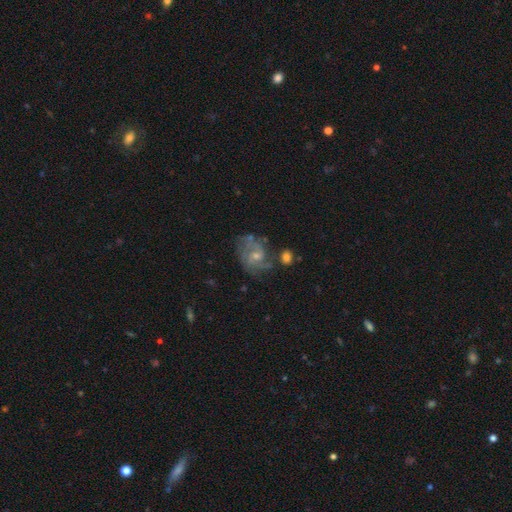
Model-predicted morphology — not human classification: Overall: featured or disk (75%). Edge-on disk: no (97%). Bar: no (53%; weak 40%). Spiral arms: yes (88%). Spiral arm count: 2 (39%; can't tell 29%). Spiral winding: medium (44%; tight 40%). Bulge size: small (54%; moderate 39%). Merging: none (57%; minor disturbance 20%).